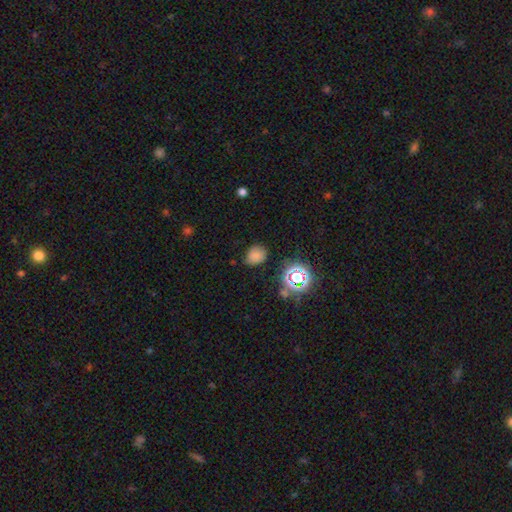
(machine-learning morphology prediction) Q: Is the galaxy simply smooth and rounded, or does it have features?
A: smooth — 71%.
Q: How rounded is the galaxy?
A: round — 57%.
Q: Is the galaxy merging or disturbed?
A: none — 71%.